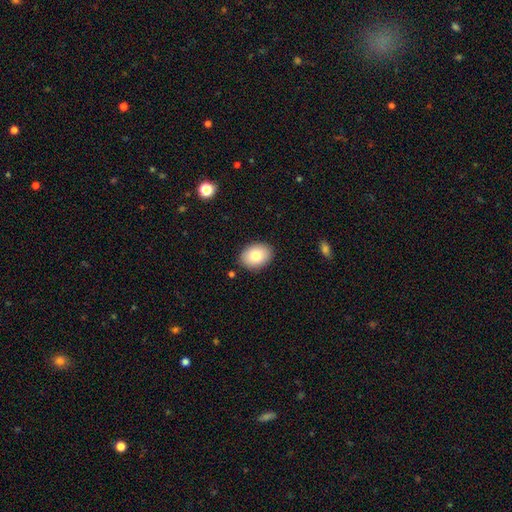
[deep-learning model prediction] Overall: smooth (81%). How rounded: in between (73%). Merging: none (88%).